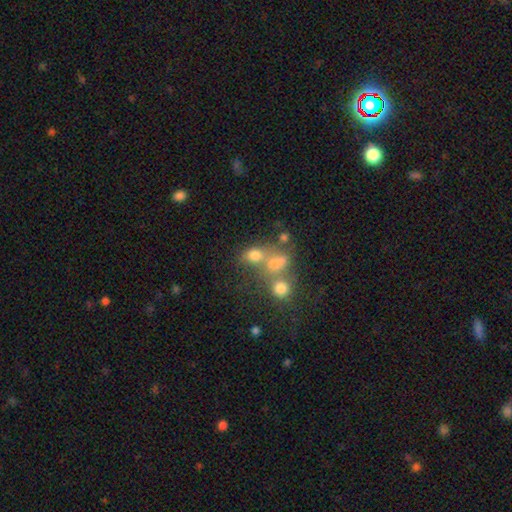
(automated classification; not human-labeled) Morphology: type=smooth (65%); roundness=in between (50%); merging=merger (44%).